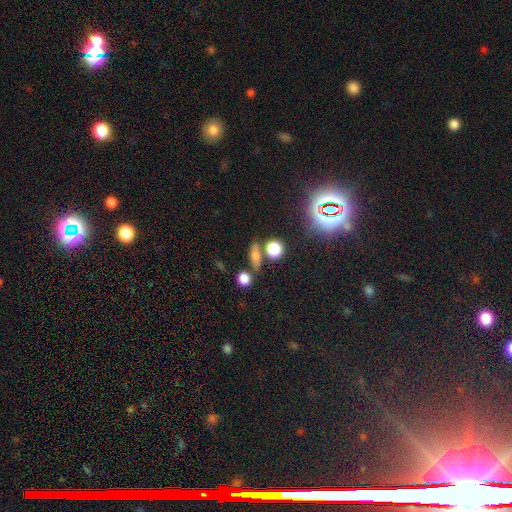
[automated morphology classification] Smooth or featured? smooth (70%)
How rounded? in between (38%)
Merging? none (71%)